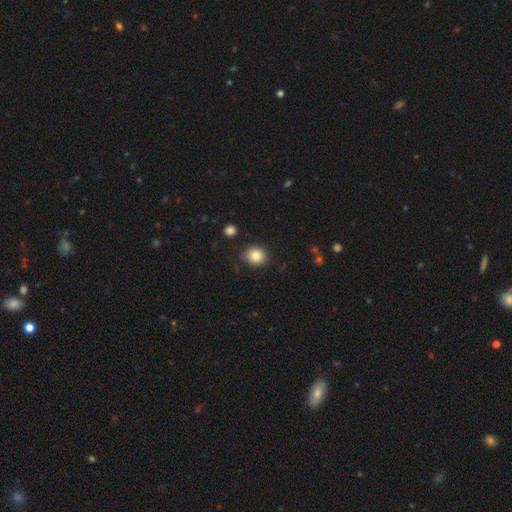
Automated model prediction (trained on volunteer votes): smooth_or_featured: smooth (p=0.85) [alt: star or artifact p=0.10]
how_rounded: round (p=0.85) [alt: in between p=0.14]
merging: none (p=0.83) [alt: minor disturbance p=0.12]